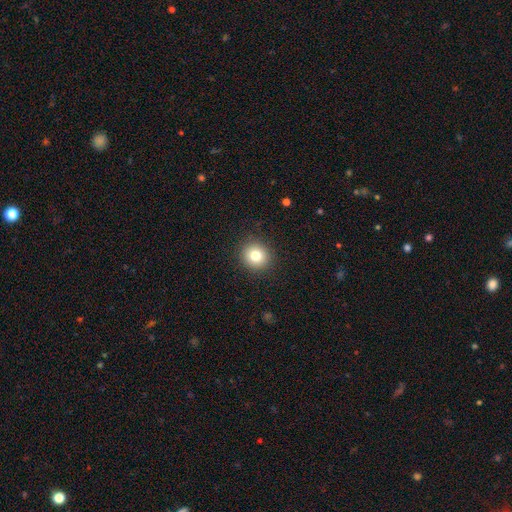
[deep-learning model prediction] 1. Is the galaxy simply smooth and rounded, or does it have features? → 80% smooth, 12% star or artifact, 9% featured or disk.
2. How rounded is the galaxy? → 91% round, 8% in between, 1% cigar-shaped.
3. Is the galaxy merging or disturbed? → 91% none, 6% minor disturbance, 2% major disturbance, 1% merger.